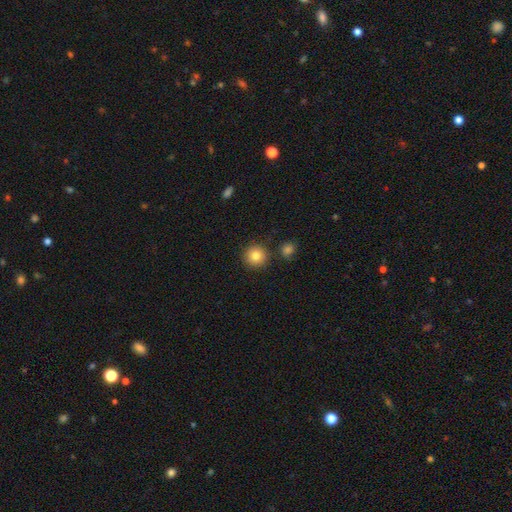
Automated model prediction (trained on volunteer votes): Overall: smooth (83%). How rounded: round (94%). Merging: none (87%).